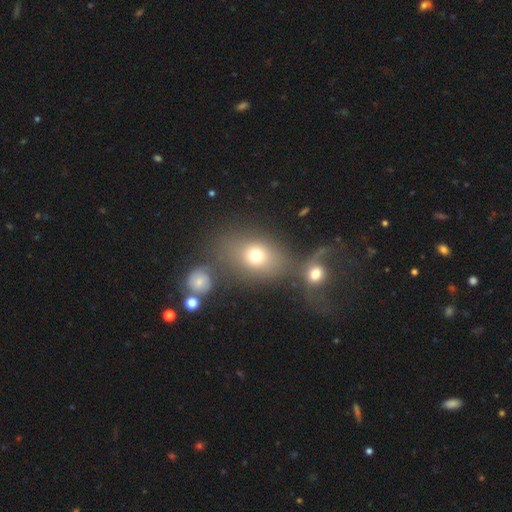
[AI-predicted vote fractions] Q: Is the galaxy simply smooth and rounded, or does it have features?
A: smooth — 71%.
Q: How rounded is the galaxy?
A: round — 51%.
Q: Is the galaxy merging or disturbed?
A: none — 49%.